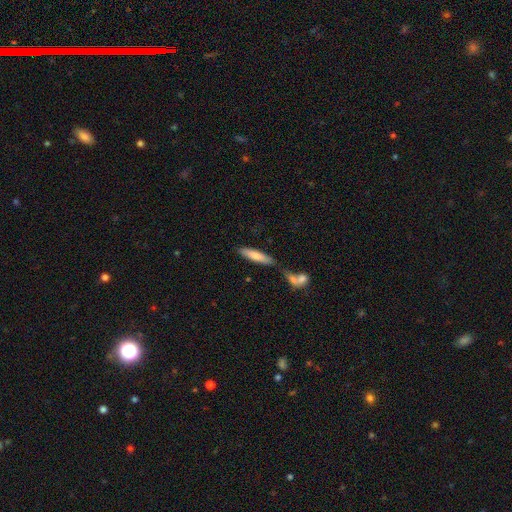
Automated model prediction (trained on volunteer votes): A smooth galaxy with no disk features (72%) that is cigar-shaped (76%).

Vote fractions:
- Smooth or featured? smooth: 72% / featured or disk: 22% / star or artifact: 6%
- How rounded? cigar-shaped: 76% / in between: 22% / round: 2%
- Merging? none: 58% / merger: 21% / minor disturbance: 15% / major disturbance: 6%